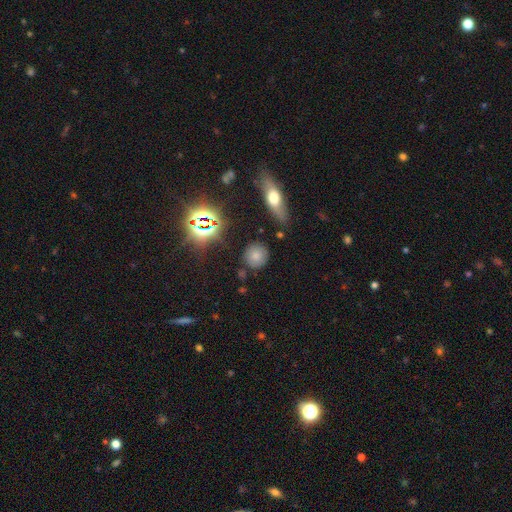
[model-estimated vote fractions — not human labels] smooth_or_featured: smooth (p=0.71) [alt: star or artifact p=0.19]
how_rounded: round (p=0.88) [alt: in between p=0.10]
merging: none (p=0.83) [alt: minor disturbance p=0.11]